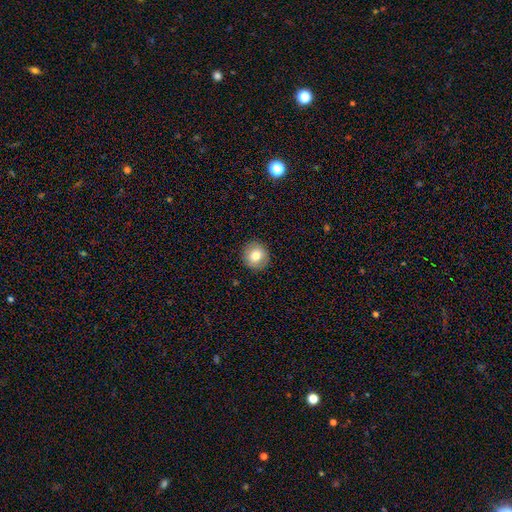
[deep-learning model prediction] This is likely a smooth galaxy (78%). How rounded: clearly round (91%). Merging: clearly none (91%).